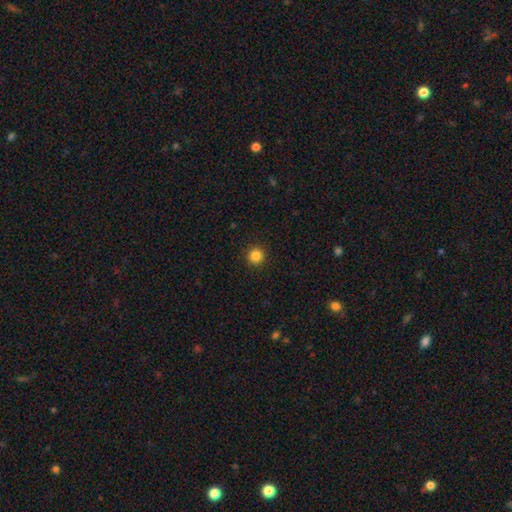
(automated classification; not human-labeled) Smooth or featured?
  - smooth: 84% *
  - star or artifact: 12%
  - featured or disk: 4%
How rounded?
  - round: 95% *
  - in between: 4%
  - cigar-shaped: 1%
Merging?
  - none: 93% *
  - minor disturbance: 4%
  - major disturbance: 2%
  - merger: 1%